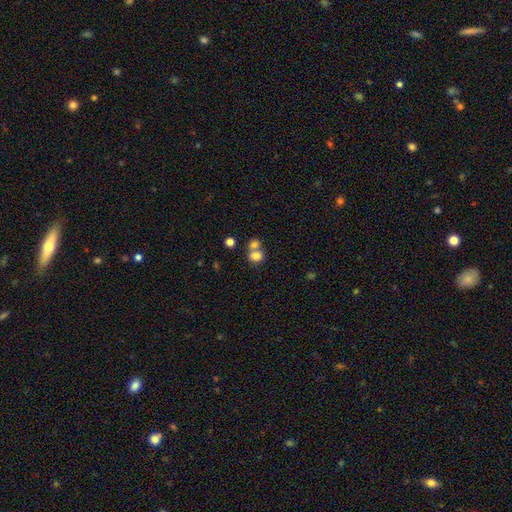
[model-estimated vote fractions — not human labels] smooth_or_featured: smooth (p=0.78) [alt: star or artifact p=0.11]
how_rounded: round (p=0.60) [alt: in between p=0.39]
merging: merger (p=0.52) [alt: none p=0.36]